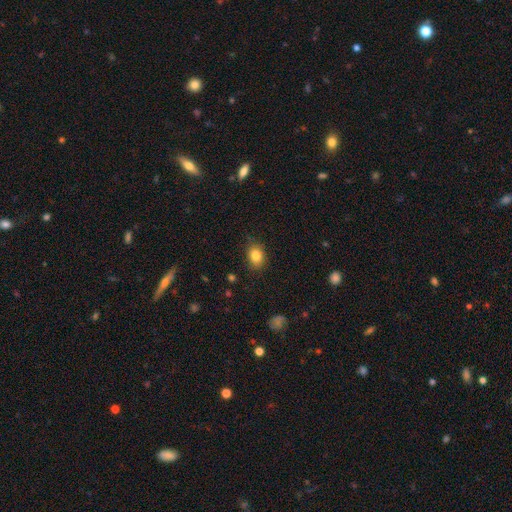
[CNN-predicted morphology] type=smooth (83%); roundness=in between (64%); merging=none (82%).